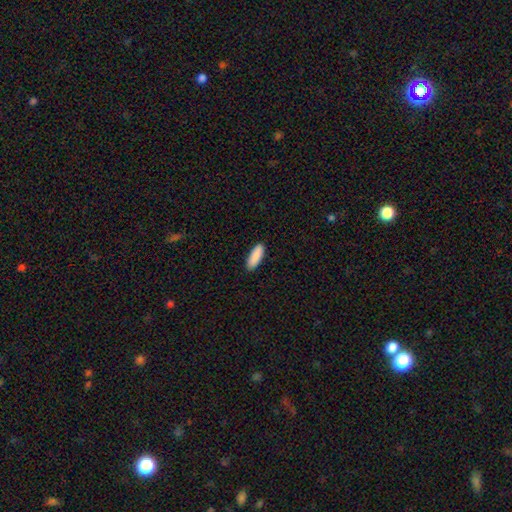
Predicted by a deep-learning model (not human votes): Smooth or featured? Predicted: smooth (p=0.90). How rounded? Predicted: in between (p=0.61). Merging? Predicted: none (p=0.90).